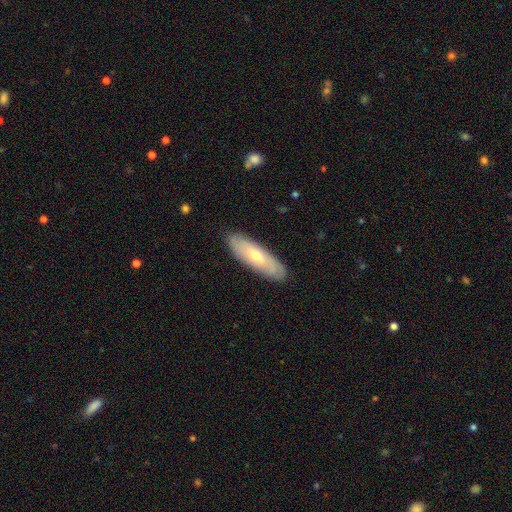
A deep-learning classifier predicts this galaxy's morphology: type=smooth (48%); merging=none (87%).